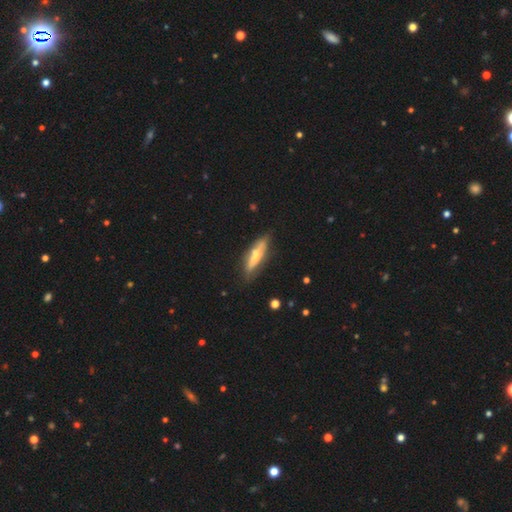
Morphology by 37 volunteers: Smooth or featured?
  - smooth: 59% *
  - featured or disk: 38%
  - star or artifact: 3%
How rounded?
  - cigar-shaped: 73% *
  - in between: 27%
  - round: 0%
Merging?
  - none: 78% *
  - minor disturbance: 17%
  - major disturbance: 3%
  - merger: 3%